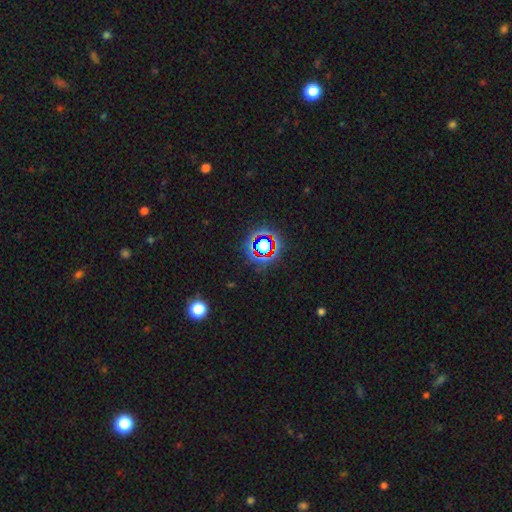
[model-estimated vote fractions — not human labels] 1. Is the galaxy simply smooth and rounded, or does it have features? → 72% star or artifact, 19% smooth, 9% featured or disk.